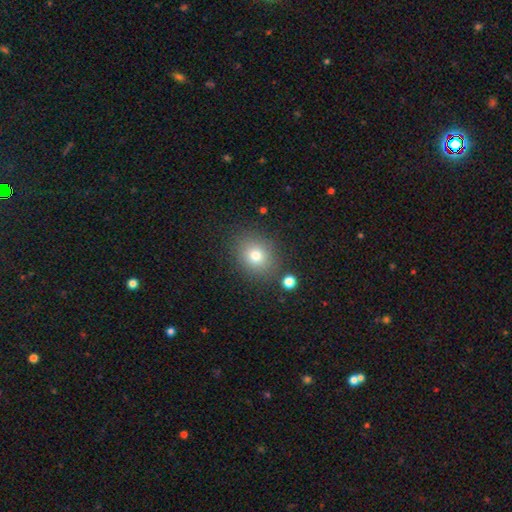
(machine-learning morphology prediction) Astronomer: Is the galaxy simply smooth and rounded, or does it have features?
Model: smooth — 77%.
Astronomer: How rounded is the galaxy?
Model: round — 63%.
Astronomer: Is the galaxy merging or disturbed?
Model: none — 83%.